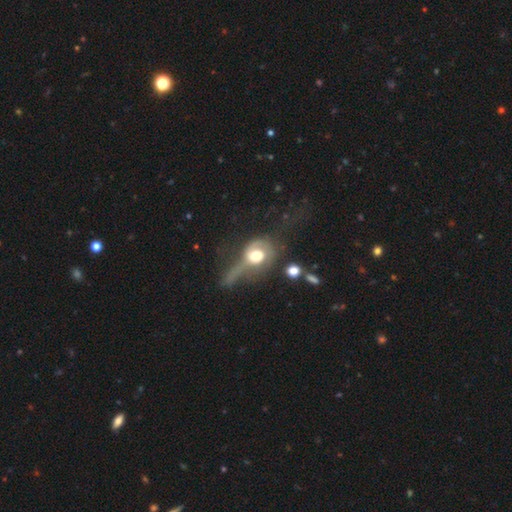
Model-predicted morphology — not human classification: smooth_or_featured: featured or disk (p=0.48) [alt: smooth p=0.44]
merging: major disturbance (p=0.55) [alt: none p=0.16]